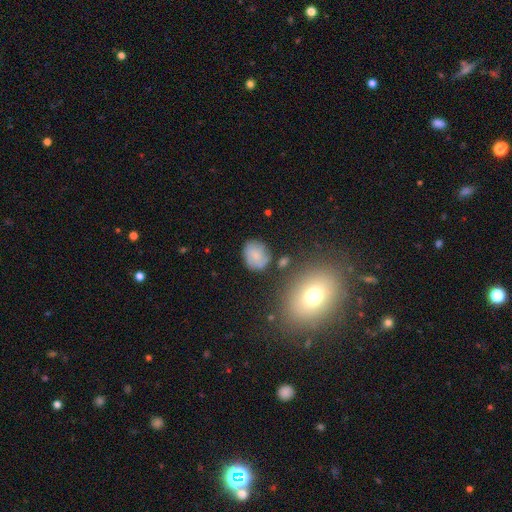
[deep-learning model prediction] Morphology: type=smooth (70%); roundness=round (60%); merging=none (66%).